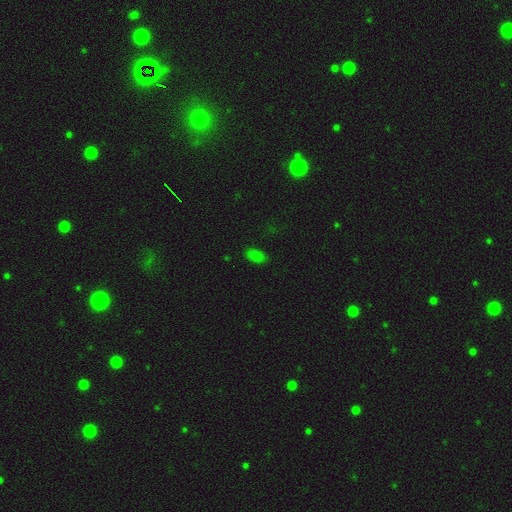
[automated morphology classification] Smooth or featured?
  - smooth: 80% *
  - star or artifact: 16%
  - featured or disk: 4%
How rounded?
  - in between: 92% *
  - round: 5%
  - cigar-shaped: 3%
Merging?
  - none: 86% *
  - minor disturbance: 11%
  - major disturbance: 3%
  - merger: 1%